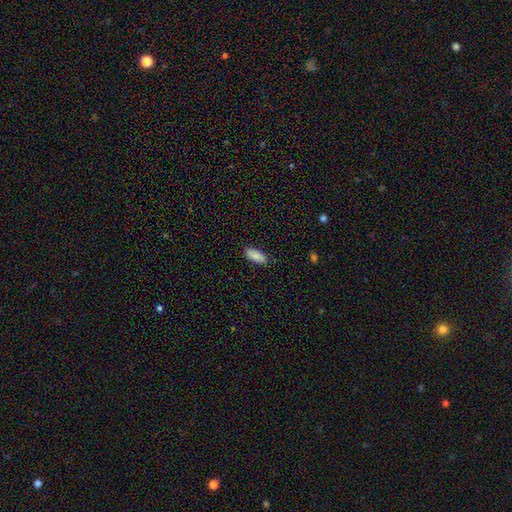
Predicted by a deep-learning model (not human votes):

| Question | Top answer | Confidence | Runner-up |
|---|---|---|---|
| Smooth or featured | smooth | 89% | star or artifact (6%) |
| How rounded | in between | 80% | cigar-shaped (19%) |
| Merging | none | 88% | minor disturbance (9%) |